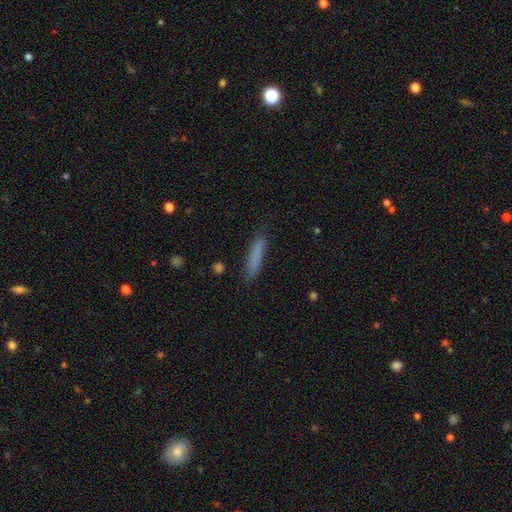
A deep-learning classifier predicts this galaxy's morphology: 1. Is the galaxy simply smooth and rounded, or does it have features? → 81% smooth, 12% featured or disk, 8% star or artifact.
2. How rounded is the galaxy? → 90% cigar-shaped, 9% in between, 1% round.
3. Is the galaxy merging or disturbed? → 84% none, 12% minor disturbance, 3% major disturbance, 2% merger.